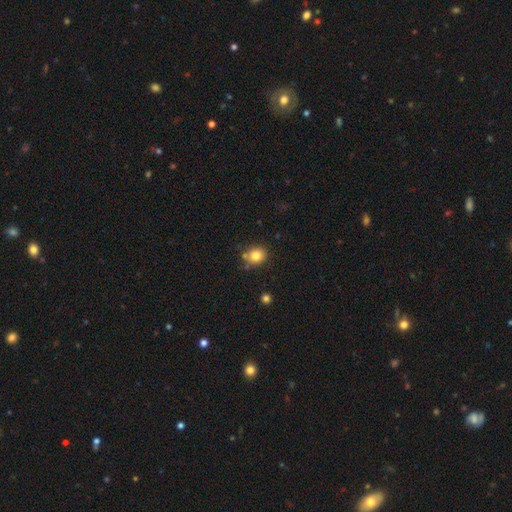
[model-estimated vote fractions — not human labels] This appears to be a smooth galaxy with no disk features (81%) that is round (73%). Merging: none (72%).